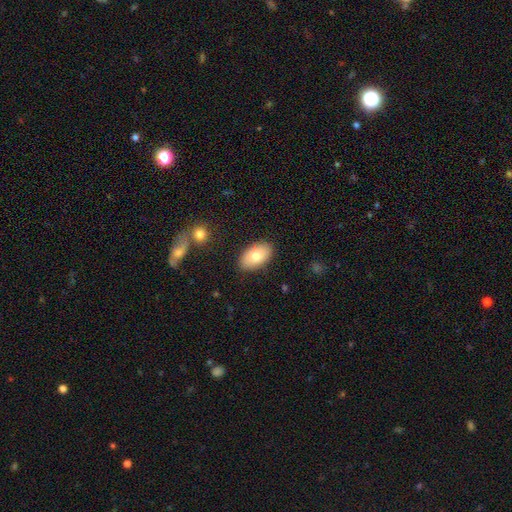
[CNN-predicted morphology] A smooth galaxy with no disk features (77%) that is in between round and cigar-shaped (93%).

Vote fractions:
- Smooth or featured? smooth: 77% / featured or disk: 16% / star or artifact: 7%
- How rounded? in between: 93% / round: 5% / cigar-shaped: 1%
- Merging? none: 86% / minor disturbance: 10% / major disturbance: 2% / merger: 2%